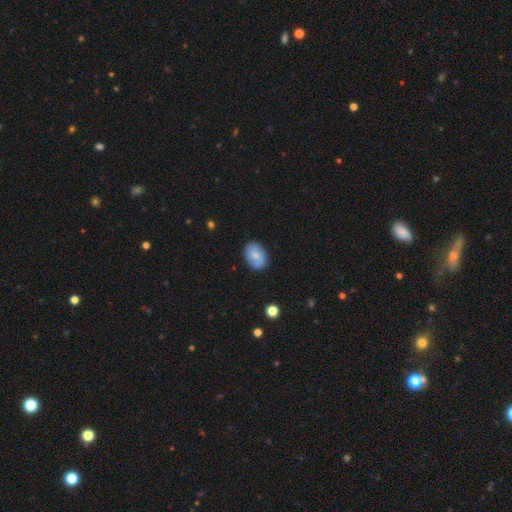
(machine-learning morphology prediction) smooth-or-featured: smooth: 65% | featured or disk: 28% | star or artifact: 8%
  how-rounded: in between: 75% | round: 24% | cigar-shaped: 1%
  merging: none: 79% | minor disturbance: 16% | major disturbance: 4% | merger: 2%